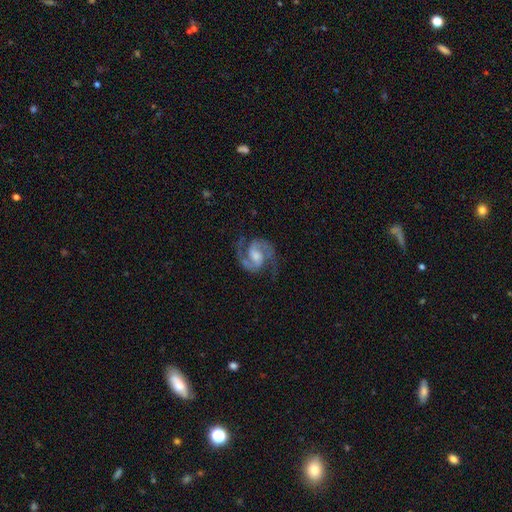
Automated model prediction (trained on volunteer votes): This is clearly a featured or disk galaxy (93%). It is clearly not viewed edge-on (98%). Bar: possibly weak (48%). Spiral arm pattern: clearly yes (98%). Spiral arm count: clearly 2 (94%). Spiral winding: likely medium (63%). Central bulge: marginally moderate (44%). Merging: likely none (77%).